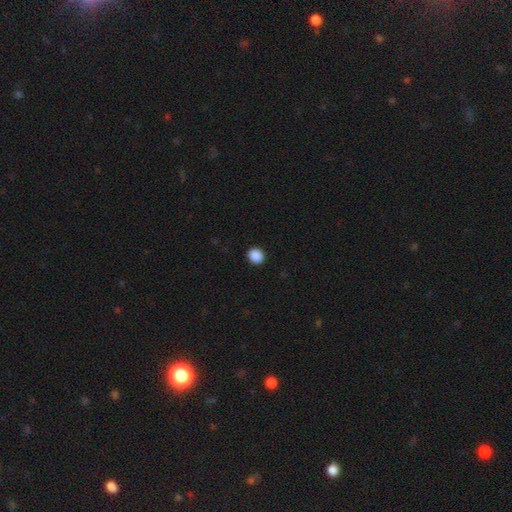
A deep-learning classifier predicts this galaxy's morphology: This appears to be a smooth galaxy with no disk features (89%) that is round (83%). Merging: none (93%).